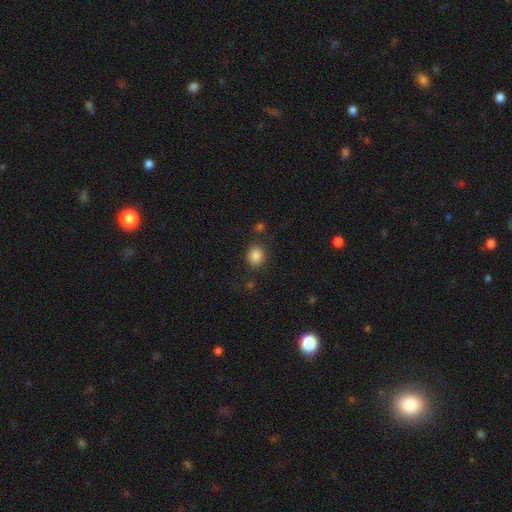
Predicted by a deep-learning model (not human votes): smooth_or_featured: smooth (p=0.85) [alt: star or artifact p=0.10]
how_rounded: round (p=0.71) [alt: in between p=0.28]
merging: none (p=0.82) [alt: minor disturbance p=0.10]